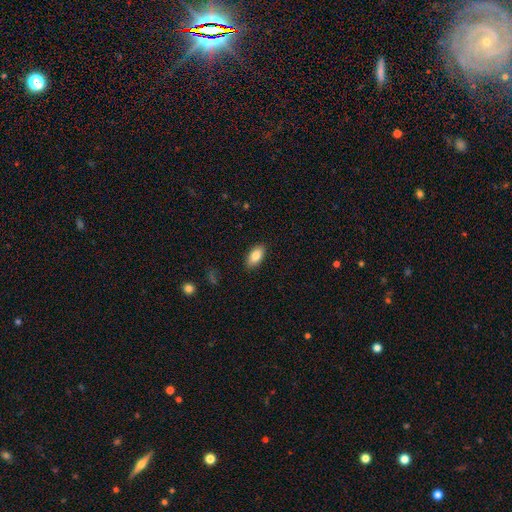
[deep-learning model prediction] Smooth or featured? smooth (85%)
How rounded? in between (92%)
Merging? none (88%)